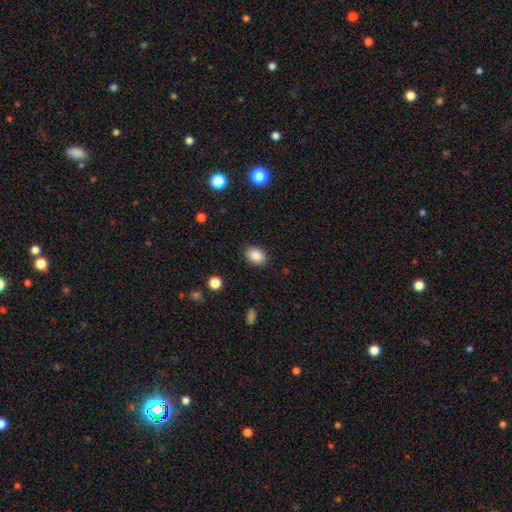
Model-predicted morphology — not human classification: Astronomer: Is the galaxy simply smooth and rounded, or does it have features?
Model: smooth — 87%.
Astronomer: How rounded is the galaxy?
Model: in between — 75%.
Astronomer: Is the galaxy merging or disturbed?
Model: none — 88%.